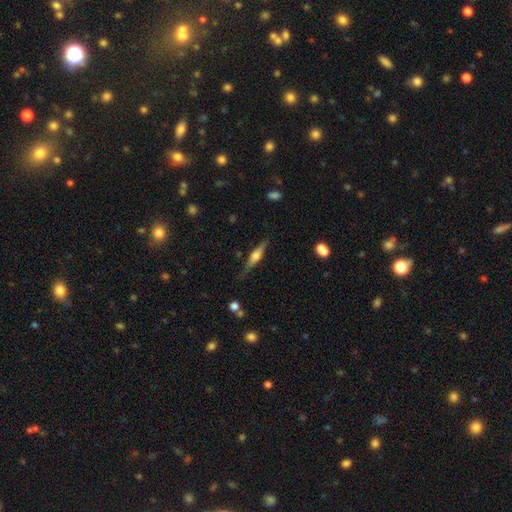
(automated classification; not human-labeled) Smooth or featured?
  - featured or disk: 64% *
  - smooth: 29%
  - star or artifact: 6%
Edge-on disk?
  - yes: 96% *
  - no: 4%
Edge-on bulge?
  - rounded: 86% *
  - boxy: 10%
  - none: 3%
Merging?
  - none: 80% *
  - minor disturbance: 14%
  - major disturbance: 3%
  - merger: 2%